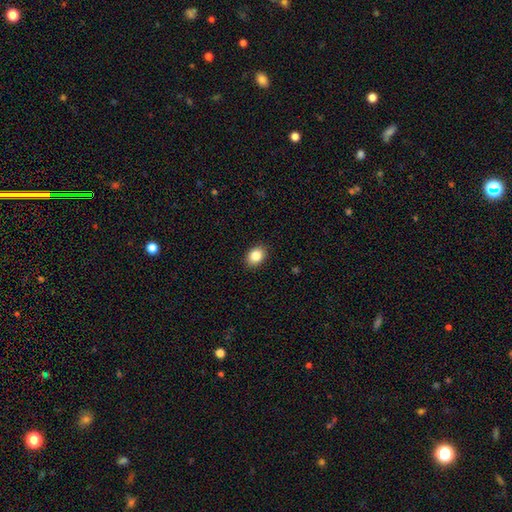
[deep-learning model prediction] Smooth or featured? smooth (85%)
How rounded? in between (67%)
Merging? none (90%)